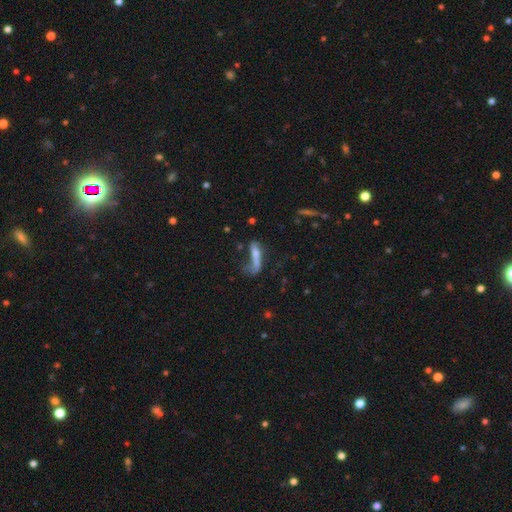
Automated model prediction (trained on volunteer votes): Smooth or featured?
  - smooth: 55% *
  - featured or disk: 35%
  - star or artifact: 10%
How rounded?
  - cigar-shaped: 74% *
  - in between: 23%
  - round: 3%
Merging?
  - major disturbance: 37% *
  - none: 30%
  - minor disturbance: 20%
  - merger: 12%